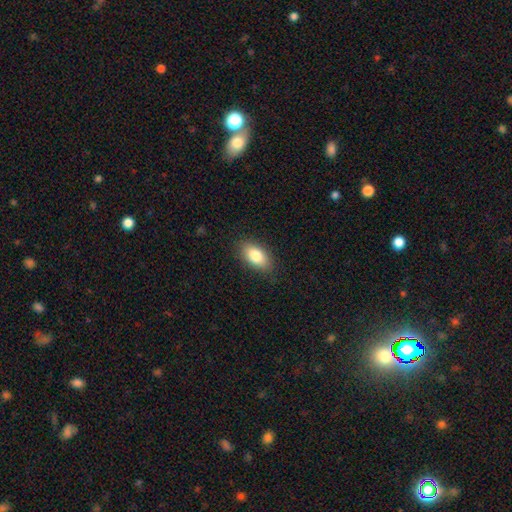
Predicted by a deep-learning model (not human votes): A smooth galaxy with no disk features (83%) that is in between round and cigar-shaped (92%).

Vote fractions:
- Smooth or featured? smooth: 83% / featured or disk: 10% / star or artifact: 7%
- How rounded? in between: 92% / round: 5% / cigar-shaped: 4%
- Merging? none: 86% / minor disturbance: 11% / major disturbance: 3% / merger: 1%